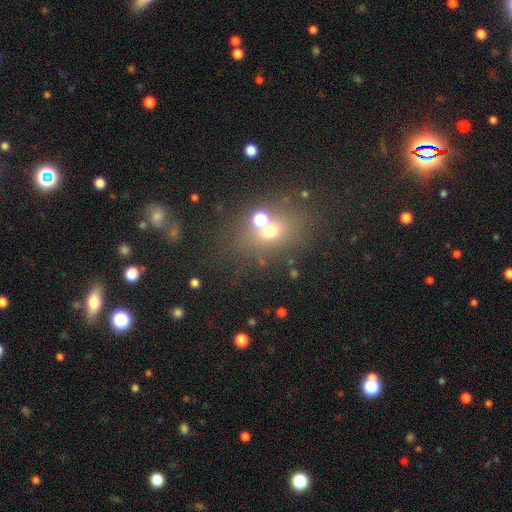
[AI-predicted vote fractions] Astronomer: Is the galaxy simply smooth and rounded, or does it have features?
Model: star or artifact — 49% (runner-up: smooth, 39%).